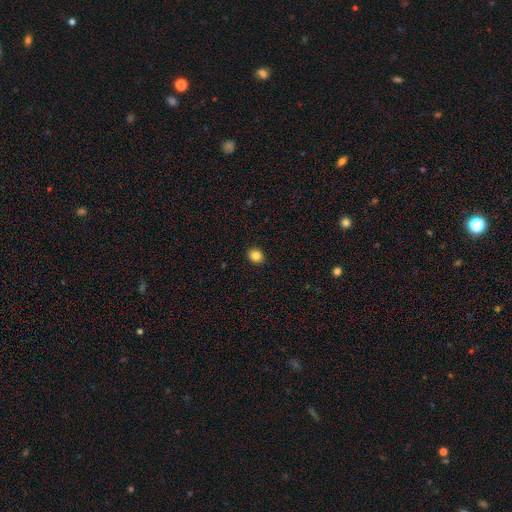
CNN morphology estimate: Smooth or featured?
  - smooth: 84% *
  - star or artifact: 11%
  - featured or disk: 5%
How rounded?
  - round: 75% *
  - in between: 24%
  - cigar-shaped: 1%
Merging?
  - none: 92% *
  - minor disturbance: 6%
  - major disturbance: 2%
  - merger: 1%